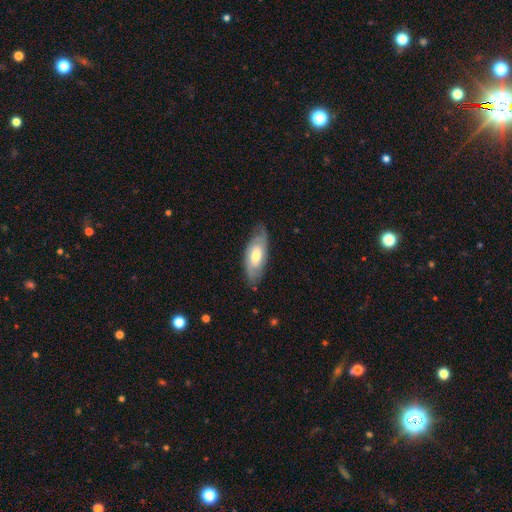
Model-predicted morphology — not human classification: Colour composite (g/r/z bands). It shows a smooth galaxy with no disk features (48%). Merging: none (73%).